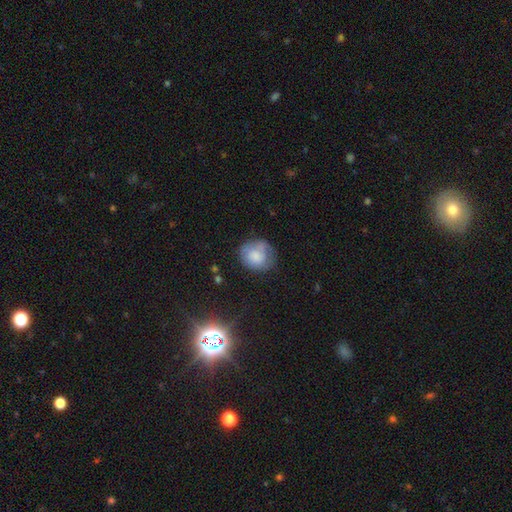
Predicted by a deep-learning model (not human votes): Smooth or featured? Predicted: smooth (p=0.70). How rounded? Predicted: round (p=0.76). Merging? Predicted: none (p=0.60).